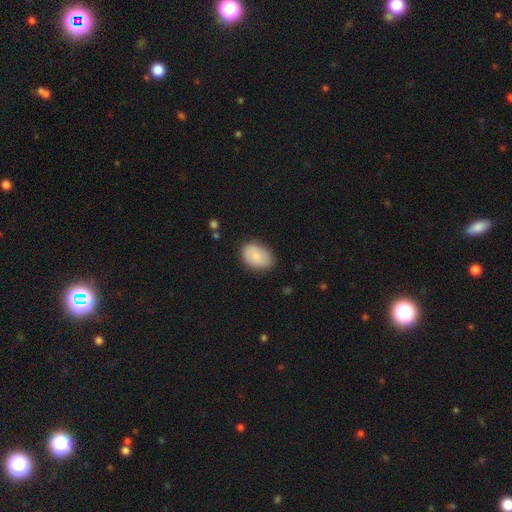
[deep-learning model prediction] A smooth galaxy with no disk features (77%) that is in between round and cigar-shaped (84%).

Vote fractions:
- Smooth or featured? smooth: 77% / featured or disk: 16% / star or artifact: 6%
- How rounded? in between: 84% / round: 15% / cigar-shaped: 1%
- Merging? none: 78% / minor disturbance: 17% / major disturbance: 3% / merger: 1%